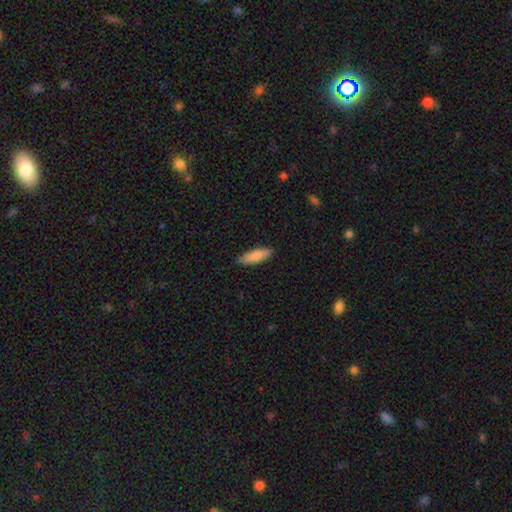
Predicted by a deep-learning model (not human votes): This appears to be a smooth galaxy with no disk features (85%) that is cigar-shaped (55%). Merging: none (88%).